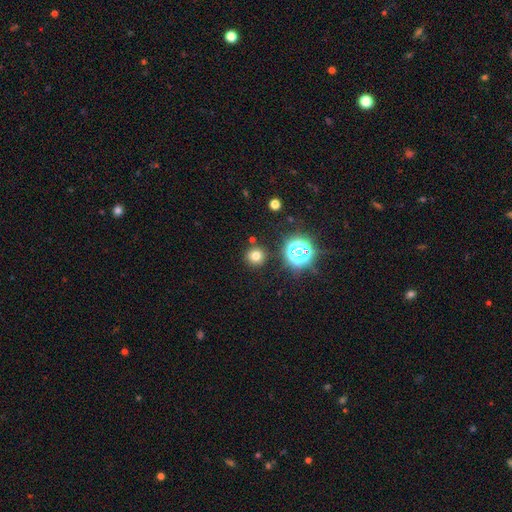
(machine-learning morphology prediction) type=smooth (71%); roundness=round (92%); merging=none (88%).